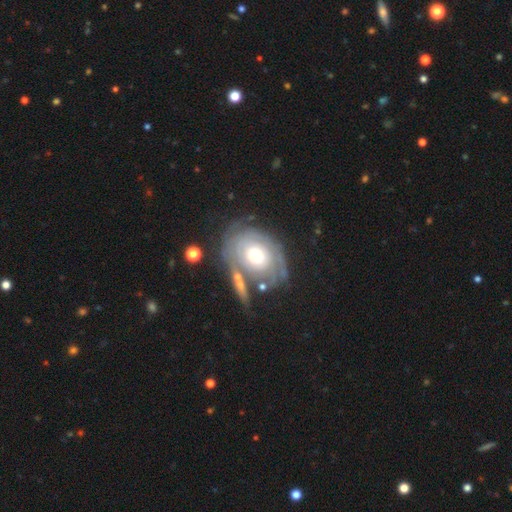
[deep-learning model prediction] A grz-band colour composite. It shows a featured or disk galaxy (71%) with no bar (82%), tight (77%) spiral arms (80%) and a moderate central bulge (66%). Merging: none (59%).